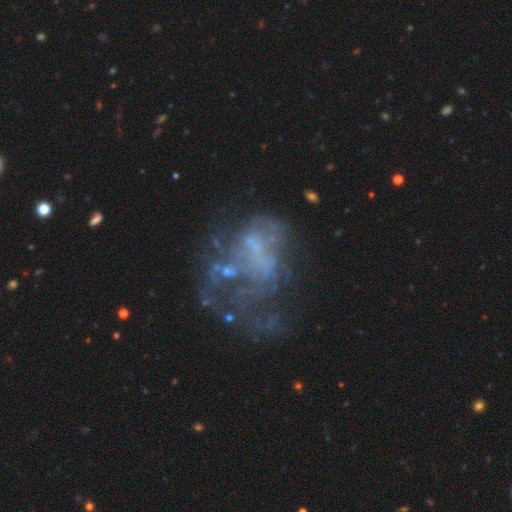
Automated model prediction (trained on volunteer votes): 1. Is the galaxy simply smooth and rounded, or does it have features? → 64% featured or disk, 20% star or artifact, 17% smooth.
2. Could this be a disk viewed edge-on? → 98% no, 2% yes.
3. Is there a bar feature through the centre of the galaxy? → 80% no, 15% weak, 5% strong.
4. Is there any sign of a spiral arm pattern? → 82% no, 18% yes.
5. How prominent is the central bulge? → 71% none, 18% small, 8% moderate, 2% large, 1% dominant.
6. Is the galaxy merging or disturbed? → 47% major disturbance, 27% none, 15% minor disturbance, 11% merger.